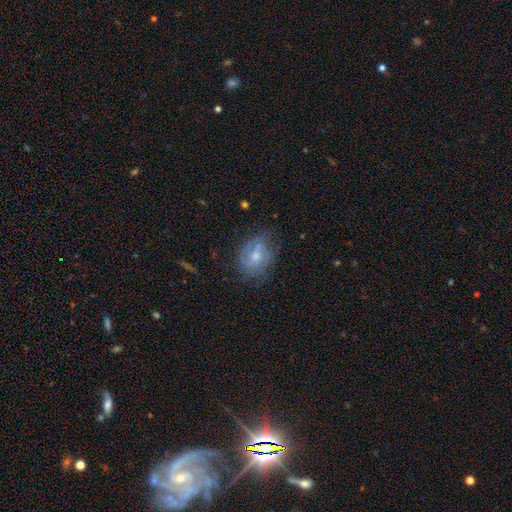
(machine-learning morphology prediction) Smooth or featured?
  - featured or disk: 56% *
  - smooth: 30%
  - star or artifact: 13%
Edge-on disk?
  - no: 96% *
  - yes: 4%
Bar?
  - no: 64% *
  - weak: 31%
  - strong: 5%
Spiral arms?
  - yes: 72% *
  - no: 28%
Bulge size?
  - moderate: 57% *
  - small: 32%
  - large: 5%
  - none: 4%
  - dominant: 1%
Merging?
  - none: 66% *
  - minor disturbance: 22%
  - major disturbance: 10%
  - merger: 2%